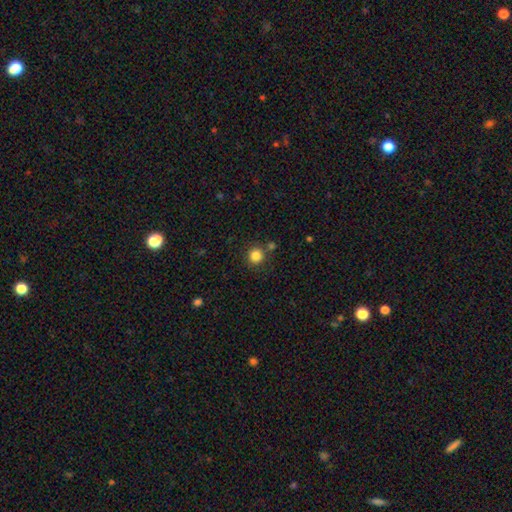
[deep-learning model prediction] smooth-or-featured: smooth: 84% | star or artifact: 11% | featured or disk: 5%
  how-rounded: round: 94% | in between: 5% | cigar-shaped: 1%
  merging: none: 82% | merger: 8% | minor disturbance: 7% | major disturbance: 3%